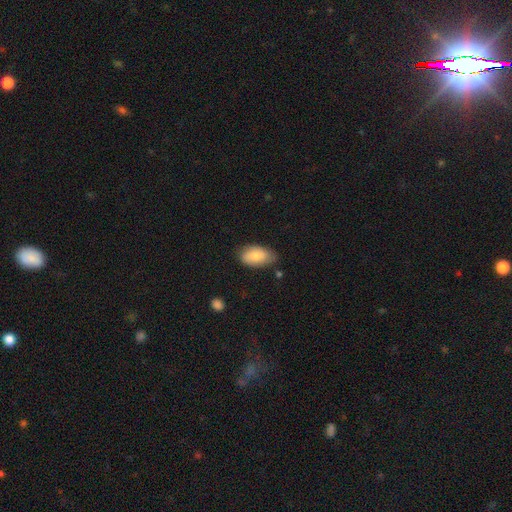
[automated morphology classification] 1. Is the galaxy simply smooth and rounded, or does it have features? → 78% smooth, 15% featured or disk, 6% star or artifact.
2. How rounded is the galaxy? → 94% in between, 4% round, 2% cigar-shaped.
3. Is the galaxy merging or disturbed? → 70% none, 24% minor disturbance, 4% major disturbance, 2% merger.